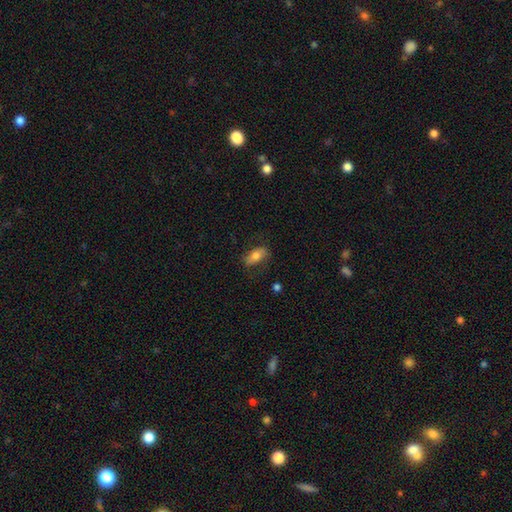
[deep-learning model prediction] Q: Smooth or featured?
A: smooth (72%); runner-up: featured or disk (21%)
Q: How rounded?
A: in between (83%); runner-up: cigar-shaped (12%)
Q: Merging?
A: none (74%); runner-up: minor disturbance (18%)